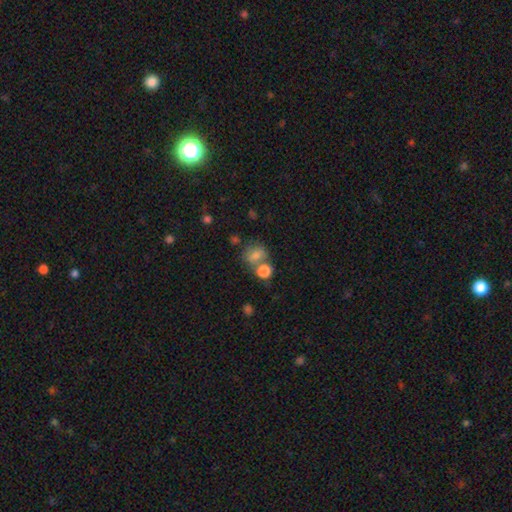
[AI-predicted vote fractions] Smooth or featured? Predicted: smooth (p=0.76). How rounded? Predicted: round (p=0.59). Merging? Predicted: none (p=0.48).